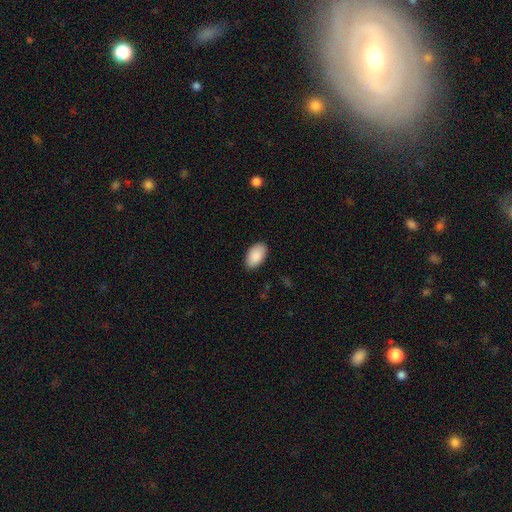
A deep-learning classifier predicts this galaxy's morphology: Smooth or featured?
  - smooth: 90% *
  - star or artifact: 6%
  - featured or disk: 4%
How rounded?
  - in between: 94% *
  - round: 4%
  - cigar-shaped: 1%
Merging?
  - none: 87% *
  - minor disturbance: 10%
  - major disturbance: 2%
  - merger: 1%